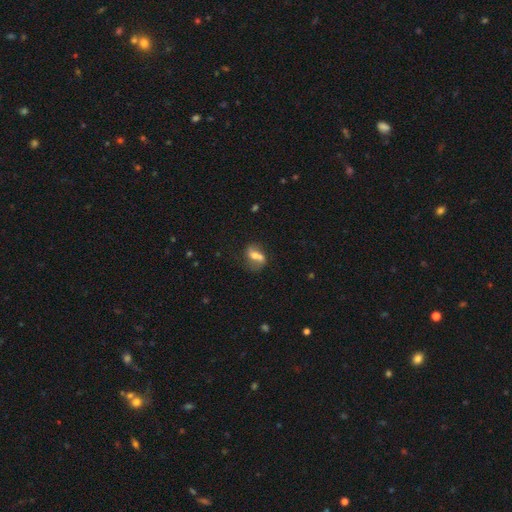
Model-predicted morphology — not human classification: This appears to be a featured or disk galaxy (55%) with no bar (37%), spiral arms (68%) and a moderate central bulge (55%). Merging: none (44%).